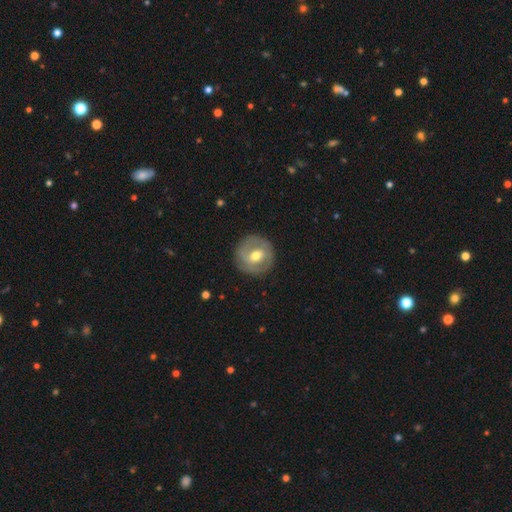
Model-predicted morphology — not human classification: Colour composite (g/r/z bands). It shows a featured or disk galaxy (61%) with a weak bar (46%), spiral arms (56%) and a moderate central bulge (77%). Merging: none (86%).